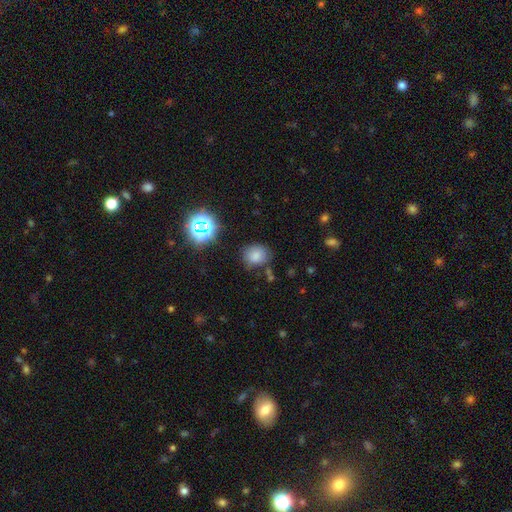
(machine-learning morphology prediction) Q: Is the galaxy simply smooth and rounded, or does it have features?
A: smooth — 77%.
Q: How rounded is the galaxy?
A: round — 67%.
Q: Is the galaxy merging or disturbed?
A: none — 72%.